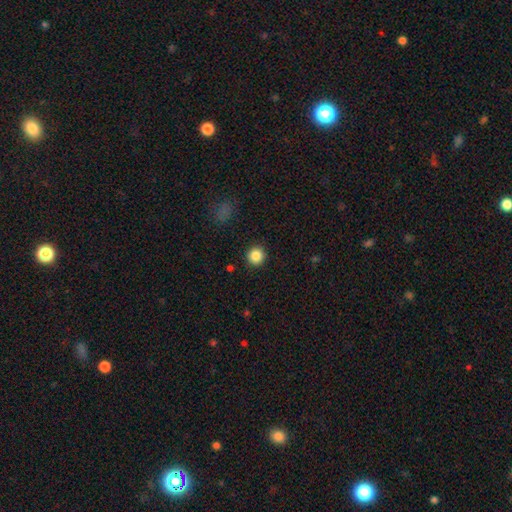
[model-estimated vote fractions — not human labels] Q: Smooth or featured?
A: smooth (86%); runner-up: star or artifact (10%)
Q: How rounded?
A: round (94%); runner-up: in between (5%)
Q: Merging?
A: none (92%); runner-up: minor disturbance (5%)